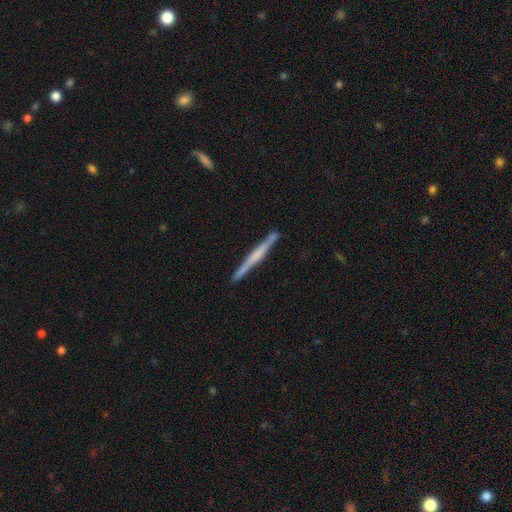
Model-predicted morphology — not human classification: The model was most divided on "edge-on bulge": none: 46%, rounded: 35%, boxy: 20%. More confident: edge-on disk — yes (98%); merging — none (88%); smooth or featured — featured or disk (65%).